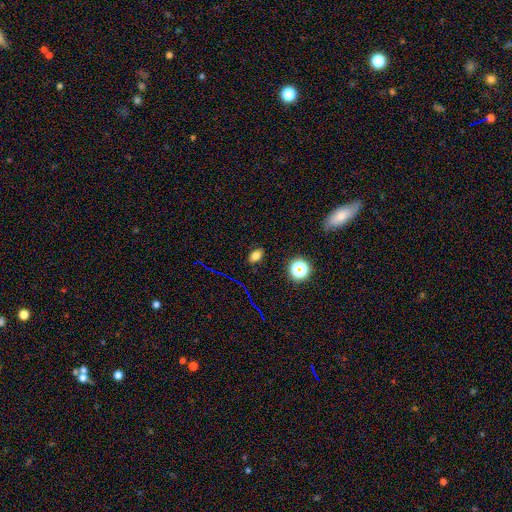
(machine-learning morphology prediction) Smooth or featured: smooth — 73% (star or artifact — 19%)
How rounded: in between — 82% (round — 16%)
Merging: none — 87% (minor disturbance — 10%)